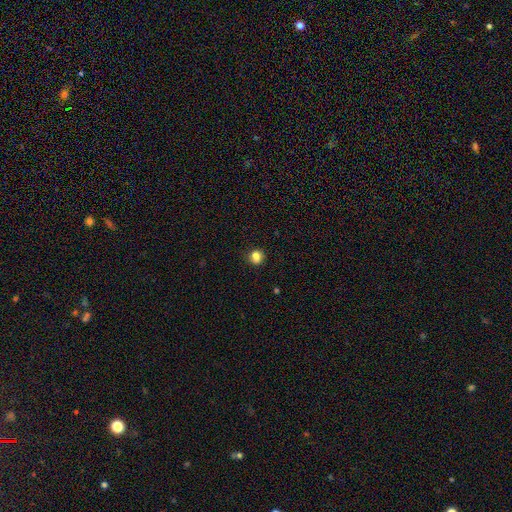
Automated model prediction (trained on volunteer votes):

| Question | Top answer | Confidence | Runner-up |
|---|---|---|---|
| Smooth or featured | smooth | 82% | star or artifact (12%) |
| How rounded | round | 76% | in between (23%) |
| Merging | none | 80% | minor disturbance (14%) |